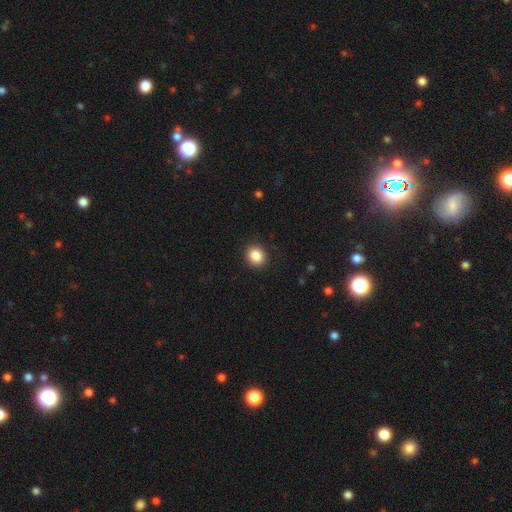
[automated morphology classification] Smooth or featured? smooth (87%)
How rounded? round (74%)
Merging? none (90%)